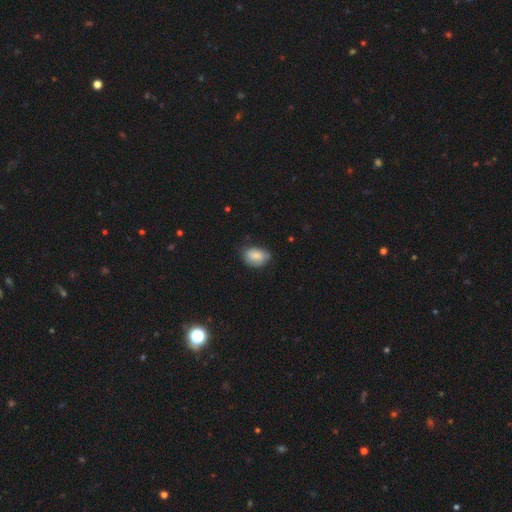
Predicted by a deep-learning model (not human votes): This appears to be a smooth galaxy with no disk features (80%) that is in between round and cigar-shaped (81%). Merging: none (60%).